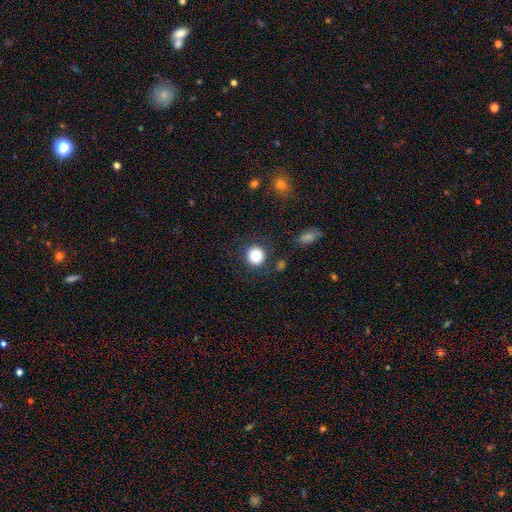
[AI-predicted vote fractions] Smooth or featured?
  - smooth: 88% *
  - star or artifact: 9%
  - featured or disk: 3%
How rounded?
  - round: 92% *
  - in between: 7%
  - cigar-shaped: 1%
Merging?
  - none: 86% *
  - minor disturbance: 7%
  - major disturbance: 4%
  - merger: 2%